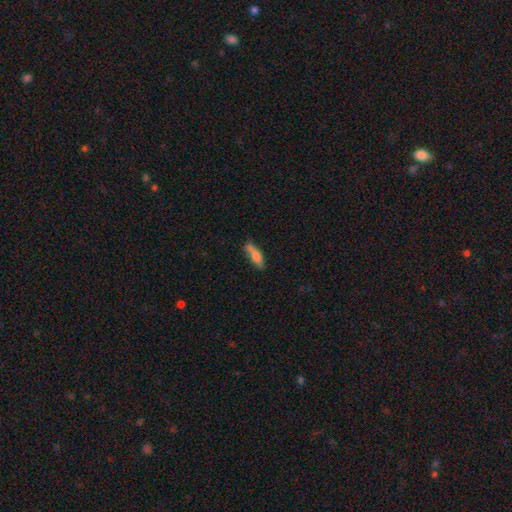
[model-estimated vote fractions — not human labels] Q: Smooth or featured?
A: smooth (72%); runner-up: featured or disk (21%)
Q: How rounded?
A: cigar-shaped (55%); runner-up: in between (43%)
Q: Merging?
A: none (48%); runner-up: minor disturbance (23%)